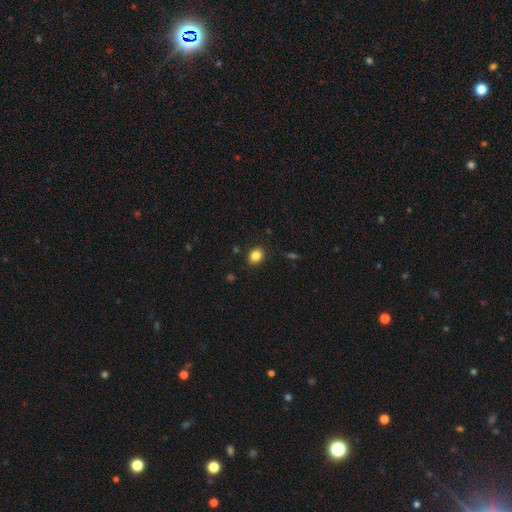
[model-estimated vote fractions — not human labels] smooth-or-featured: smooth: 84% | star or artifact: 11% | featured or disk: 5%
  how-rounded: round: 68% | in between: 31% | cigar-shaped: 1%
  merging: none: 90% | minor disturbance: 7% | major disturbance: 2% | merger: 1%